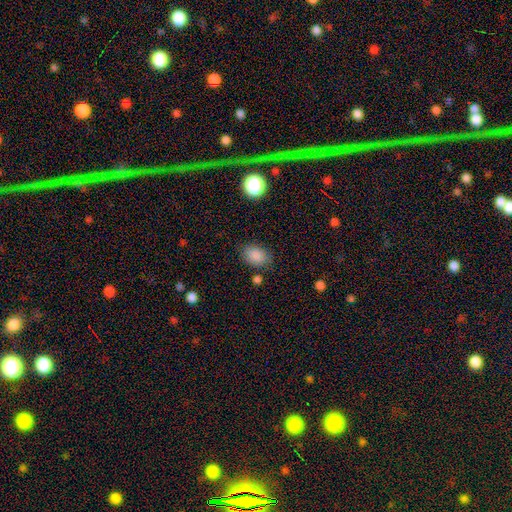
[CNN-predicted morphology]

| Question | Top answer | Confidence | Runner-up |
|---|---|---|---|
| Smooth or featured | smooth | 86% | star or artifact (9%) |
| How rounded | in between | 78% | round (21%) |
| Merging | none | 78% | minor disturbance (15%) |